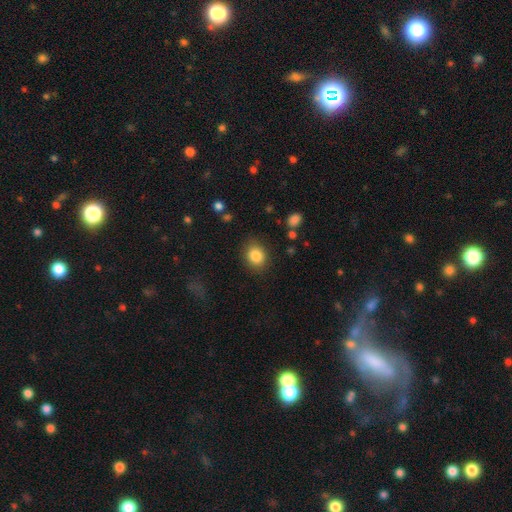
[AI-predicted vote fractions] smooth-or-featured: smooth: 85% | star or artifact: 9% | featured or disk: 6%
  how-rounded: round: 60% | in between: 39% | cigar-shaped: 1%
  merging: none: 83% | minor disturbance: 12% | major disturbance: 4% | merger: 2%